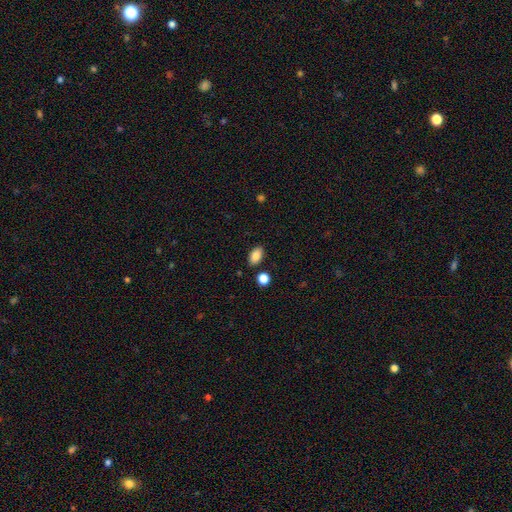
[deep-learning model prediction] The model was most divided on "merging": none: 85%, minor disturbance: 9%, merger: 4%, major disturbance: 2%. More confident: how rounded — in between (90%); smooth or featured — smooth (86%).